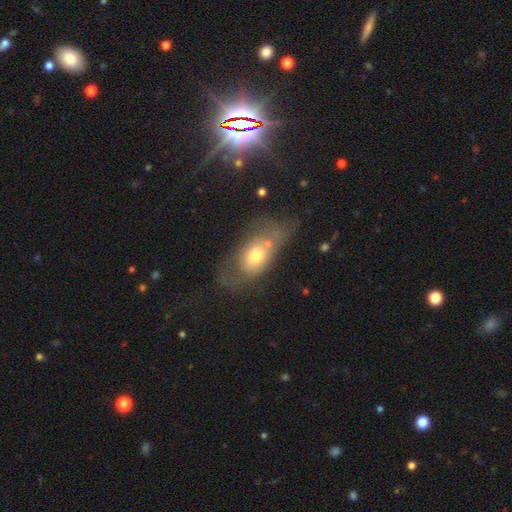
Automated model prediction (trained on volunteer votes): Smooth or featured? Predicted: smooth (p=0.58). How rounded? Predicted: in between (p=0.82). Merging? Predicted: none (p=0.40).